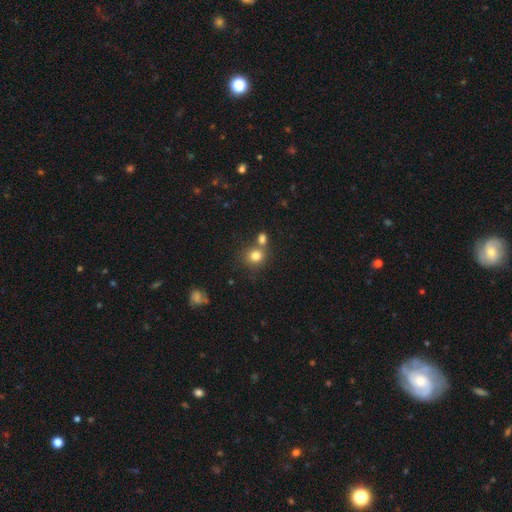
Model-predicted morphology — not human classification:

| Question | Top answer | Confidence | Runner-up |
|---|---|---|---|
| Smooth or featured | smooth | 81% | star or artifact (12%) |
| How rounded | round | 79% | in between (20%) |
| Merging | none | 56% | merger (32%) |